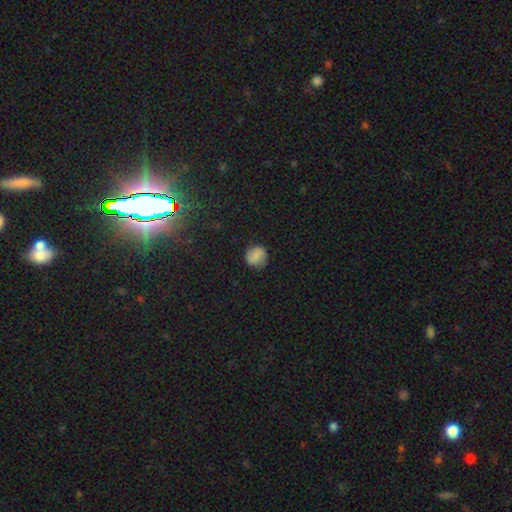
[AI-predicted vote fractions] Smooth or featured? Predicted: smooth (p=0.71). How rounded? Predicted: round (p=0.84). Merging? Predicted: none (p=0.79).